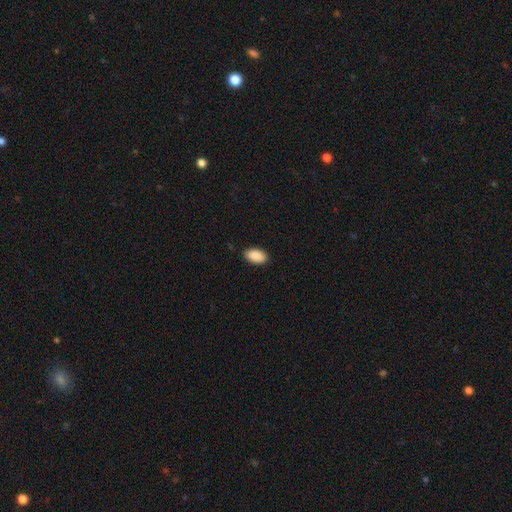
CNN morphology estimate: A smooth galaxy with no disk features (90%) that is in between round and cigar-shaped (95%). Merging: none (88%).